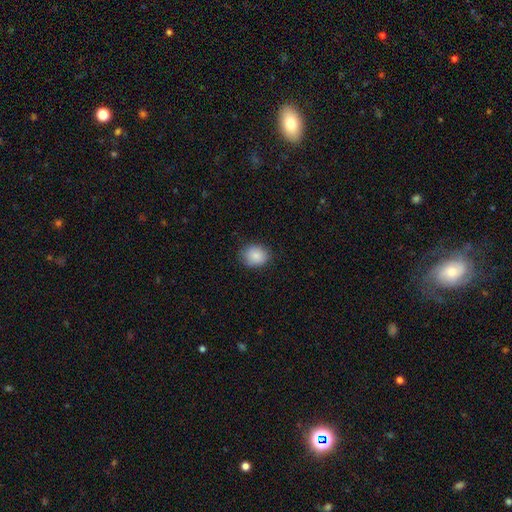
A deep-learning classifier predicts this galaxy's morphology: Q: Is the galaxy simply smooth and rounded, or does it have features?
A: smooth — 87%.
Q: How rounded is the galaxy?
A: round — 60%.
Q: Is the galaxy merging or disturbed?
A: none — 82%.